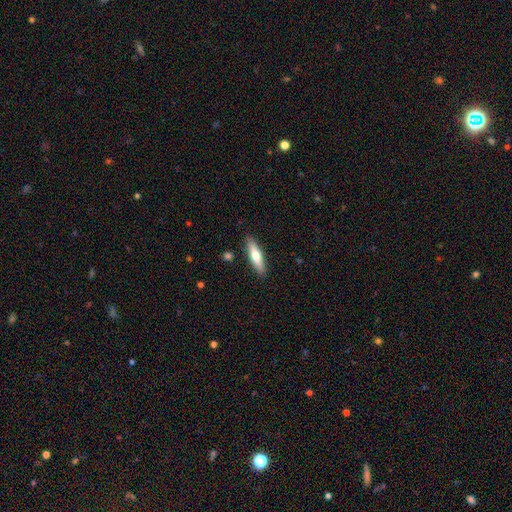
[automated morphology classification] The model was most divided on "smooth or featured": smooth: 59%, featured or disk: 35%, star or artifact: 6%. More confident: merging — none (88%); how rounded — cigar-shaped (72%).